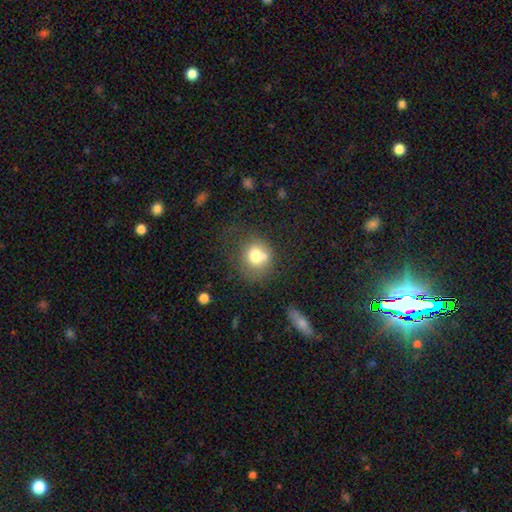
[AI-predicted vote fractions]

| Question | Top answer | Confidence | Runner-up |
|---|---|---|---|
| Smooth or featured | smooth | 71% | featured or disk (18%) |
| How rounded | round | 76% | in between (23%) |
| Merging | none | 45% | merger (21%) |